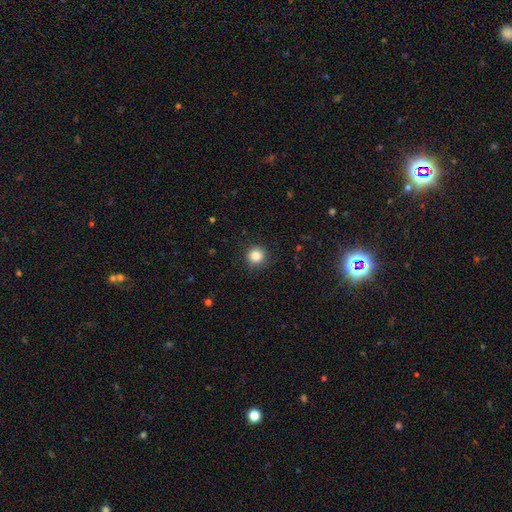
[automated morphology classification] A smooth galaxy with no disk features (86%) that is round (94%).

Vote fractions:
- Smooth or featured? smooth: 86% / star or artifact: 11% / featured or disk: 4%
- How rounded? round: 94% / in between: 5% / cigar-shaped: 1%
- Merging? none: 90% / minor disturbance: 7% / major disturbance: 2% / merger: 1%